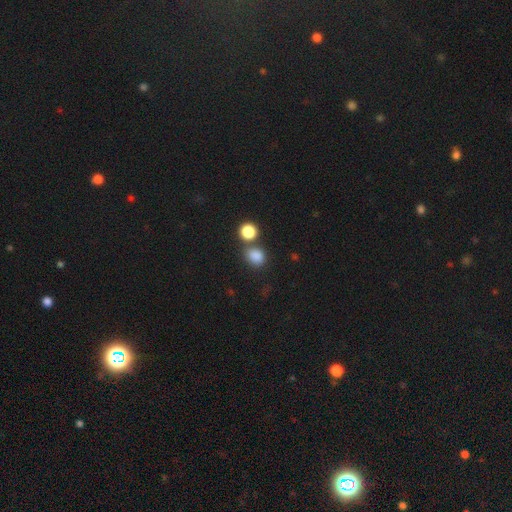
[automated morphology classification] Smooth or featured?
  - smooth: 83% *
  - star or artifact: 12%
  - featured or disk: 5%
How rounded?
  - round: 64% *
  - in between: 35%
  - cigar-shaped: 1%
Merging?
  - none: 63% *
  - merger: 21%
  - minor disturbance: 12%
  - major disturbance: 4%